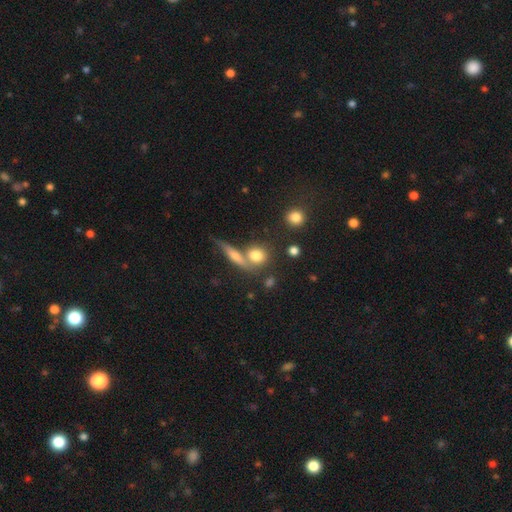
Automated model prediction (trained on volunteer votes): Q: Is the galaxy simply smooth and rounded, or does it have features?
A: smooth — 76%.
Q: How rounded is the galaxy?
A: round — 72%.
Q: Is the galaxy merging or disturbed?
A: none — 55%.